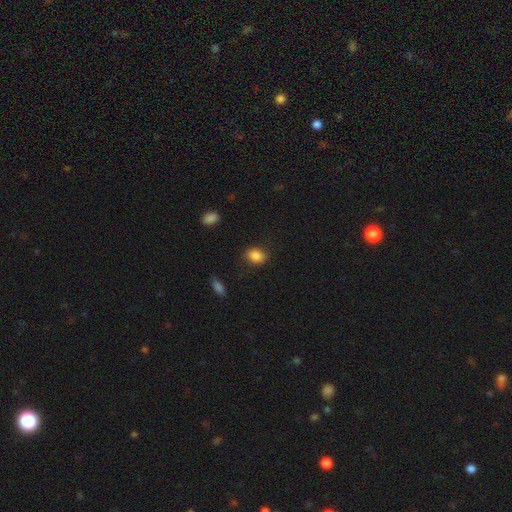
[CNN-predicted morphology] smooth-or-featured: smooth: 86% | star or artifact: 9% | featured or disk: 5%
  how-rounded: in between: 63% | round: 36% | cigar-shaped: 1%
  merging: none: 76% | minor disturbance: 18% | major disturbance: 5% | merger: 2%